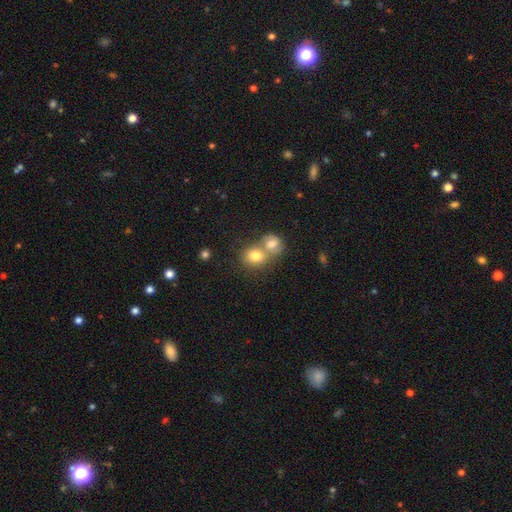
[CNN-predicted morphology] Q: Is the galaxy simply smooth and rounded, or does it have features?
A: smooth — 77%.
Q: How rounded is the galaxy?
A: round — 64%.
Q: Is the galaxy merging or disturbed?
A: merger — 58%.